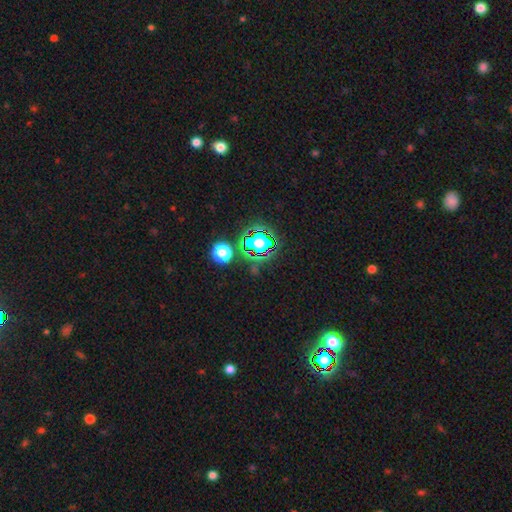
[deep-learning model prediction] Smooth or featured? star or artifact (79%)